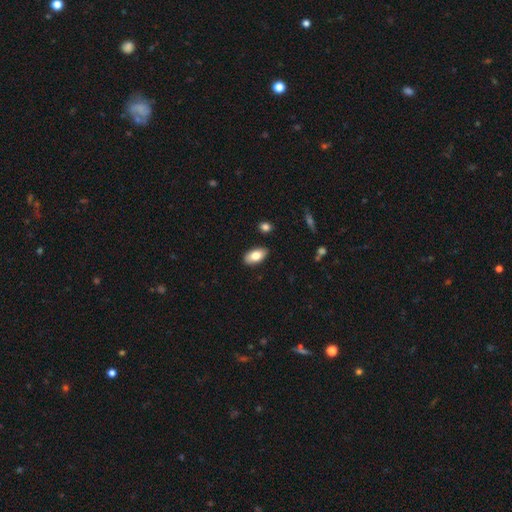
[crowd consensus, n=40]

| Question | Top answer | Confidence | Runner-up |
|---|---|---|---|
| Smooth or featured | smooth | 85% | featured or disk (10%) |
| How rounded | in between | 97% | cigar-shaped (3%) |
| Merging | none | 84% | minor disturbance (8%) |